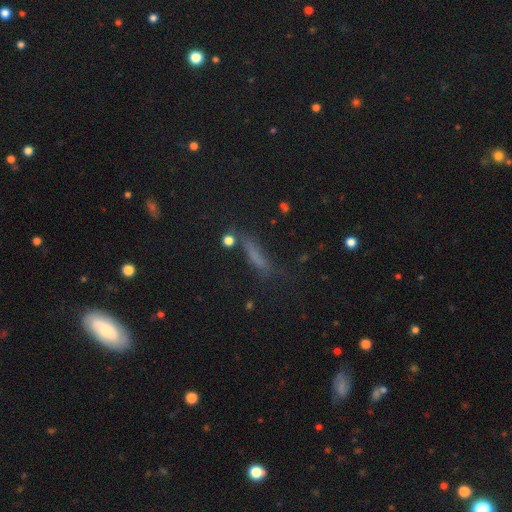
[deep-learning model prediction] Smooth or featured? Predicted: smooth (p=0.60). How rounded? Predicted: cigar-shaped (p=0.75). Merging? Predicted: none (p=0.61).